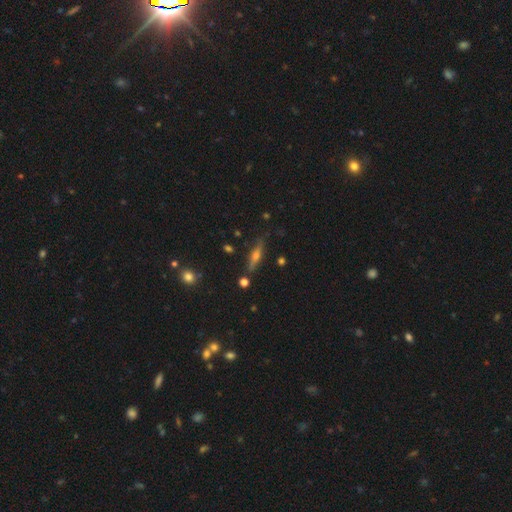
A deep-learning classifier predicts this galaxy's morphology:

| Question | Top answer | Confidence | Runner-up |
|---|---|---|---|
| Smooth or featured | featured or disk | 54% | smooth (36%) |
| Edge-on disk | yes | 91% | no (9%) |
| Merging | none | 81% | minor disturbance (12%) |